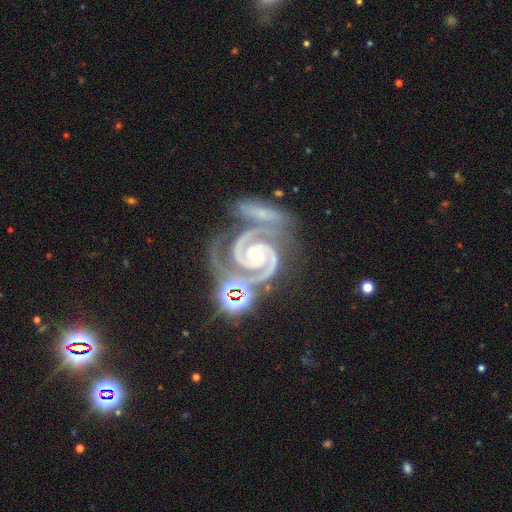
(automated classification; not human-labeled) Smooth or featured: featured or disk — 93% (star or artifact — 5%)
Edge-on disk: no — 98% (yes — 2%)
Bar: no — 69% (weak — 18%)
Spiral arms: yes — 99% (no — 1%)
Spiral winding: tight — 72% (medium — 25%)
Spiral arm count: 2 — 85% (3 — 9%)
Bulge size: small — 64% (moderate — 33%)
Merging: none — 47% (merger — 26%)